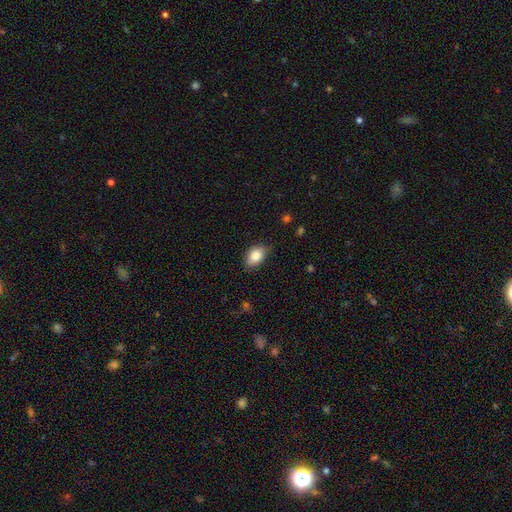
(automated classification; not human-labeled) Smooth or featured? smooth (84%)
How rounded? in between (85%)
Merging? none (79%)